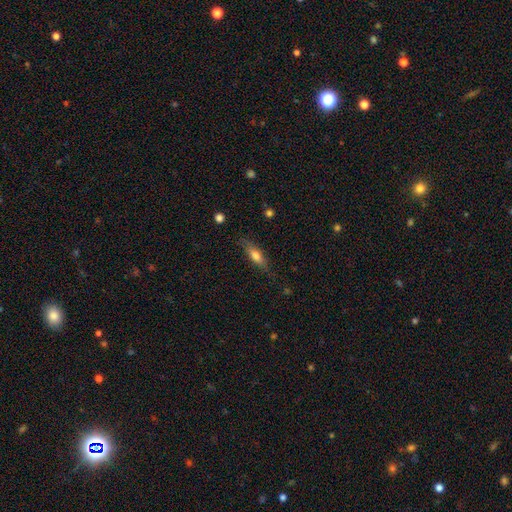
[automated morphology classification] Smooth or featured: smooth — 64% (featured or disk — 29%)
How rounded: cigar-shaped — 52% (in between — 45%)
Merging: none — 77% (minor disturbance — 17%)